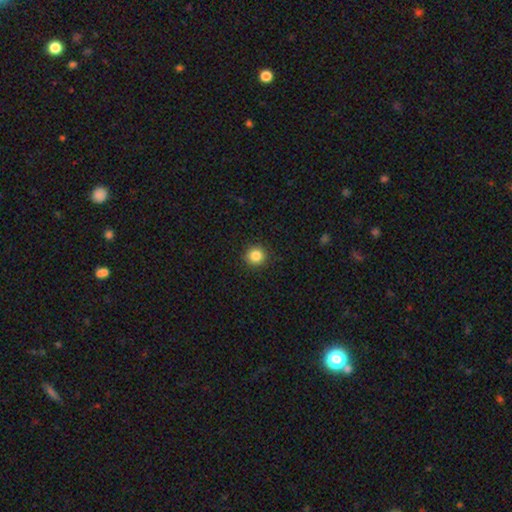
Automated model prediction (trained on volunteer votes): Smooth or featured? Predicted: smooth (p=0.85). How rounded? Predicted: round (p=0.94). Merging? Predicted: none (p=0.91).